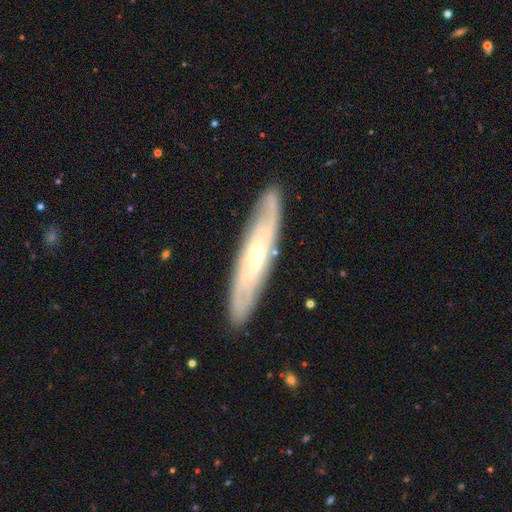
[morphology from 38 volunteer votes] Overall: featured or disk (66%; smooth 32%). Edge-on disk: no (64%; yes 36%). Bar: weak (75%). Spiral arms: yes (81%). Spiral arm count: can't tell (69%; 2 31%). Spiral winding: tight (69%; medium 31%). Bulge size: small (56%; moderate 38%). Merging: none (81%).